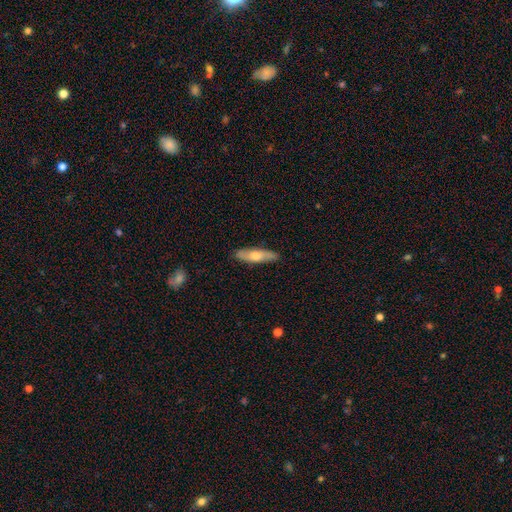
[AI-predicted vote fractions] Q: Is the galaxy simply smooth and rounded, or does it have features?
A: smooth — 56%.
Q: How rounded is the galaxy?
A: cigar-shaped — 72%.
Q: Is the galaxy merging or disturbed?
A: none — 87%.